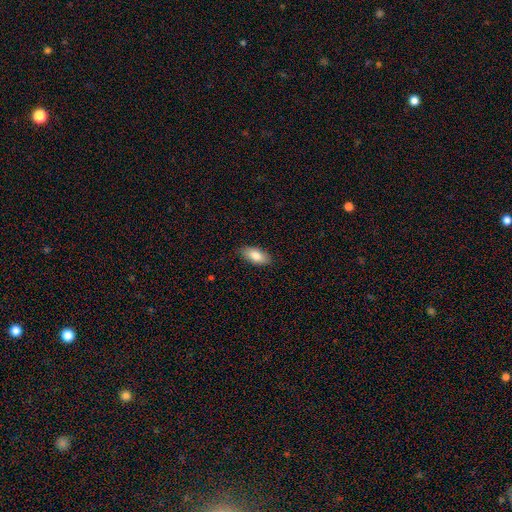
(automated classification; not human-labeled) This appears to be a smooth galaxy with no disk features (83%) that is in between round and cigar-shaped (89%). Merging: none (85%).